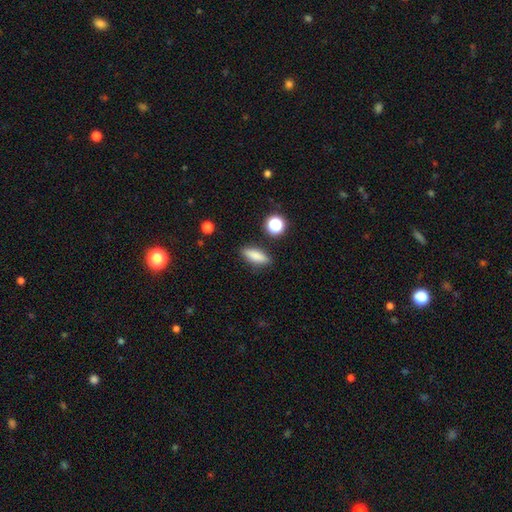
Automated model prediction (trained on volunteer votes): Morphology: type=smooth (80%); roundness=in between (52%); merging=none (86%).